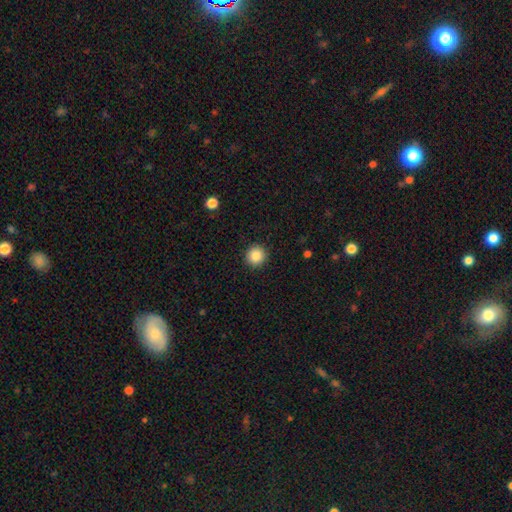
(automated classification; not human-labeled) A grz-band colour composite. It shows a smooth galaxy with no disk features (87%) that is round (94%). Merging: none (92%).